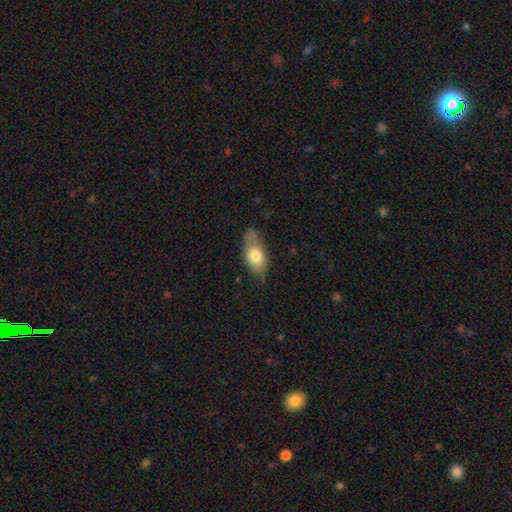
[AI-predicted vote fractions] Smooth or featured? Predicted: smooth (p=0.69). How rounded? Predicted: in between (p=0.87). Merging? Predicted: none (p=0.66).